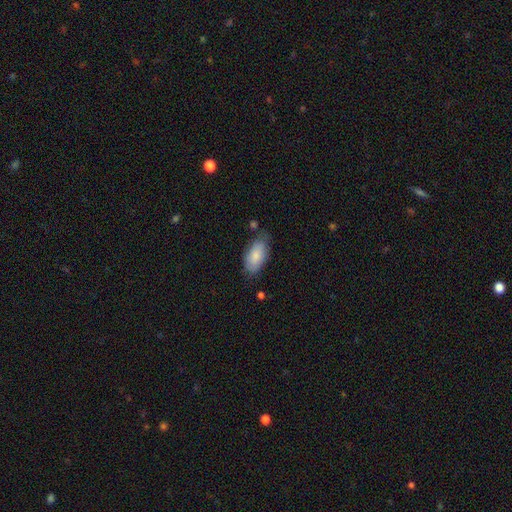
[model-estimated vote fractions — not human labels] This appears to be a smooth galaxy with no disk features (83%) that is in between round and cigar-shaped (94%). Merging: none (67%).